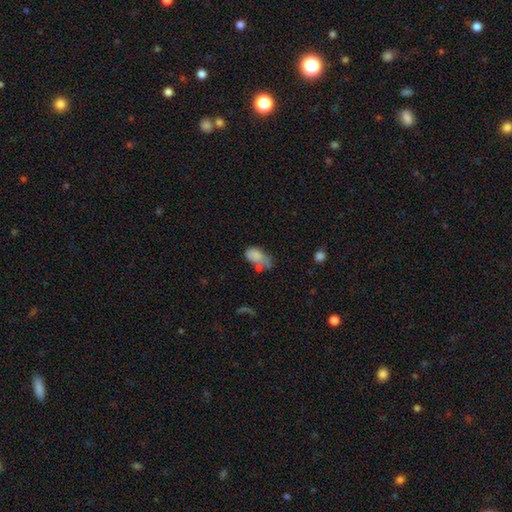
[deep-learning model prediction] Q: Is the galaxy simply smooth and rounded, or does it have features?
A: smooth — 76%.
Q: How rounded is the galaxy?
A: in between — 89%.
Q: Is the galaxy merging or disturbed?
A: none — 31%.